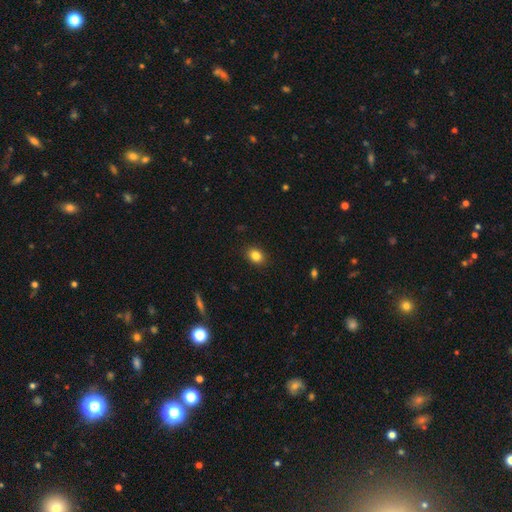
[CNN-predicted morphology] Smooth or featured: smooth — 84% (star or artifact — 10%)
How rounded: in between — 59% (round — 40%)
Merging: none — 90% (minor disturbance — 8%)